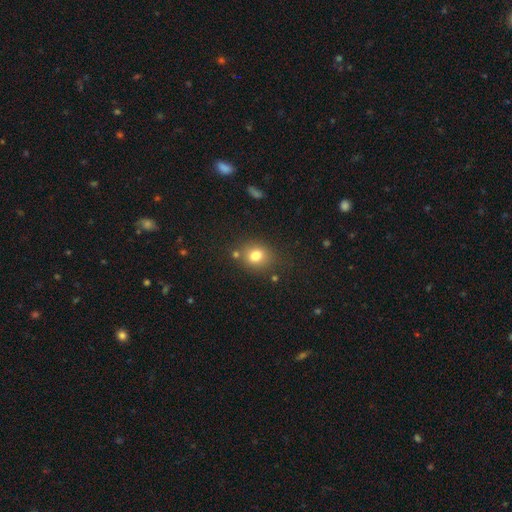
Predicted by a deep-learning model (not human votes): smooth_or_featured: smooth (p=0.77) [alt: star or artifact p=0.13]
how_rounded: round (p=0.69) [alt: in between p=0.30]
merging: none (p=0.74) [alt: minor disturbance p=0.13]